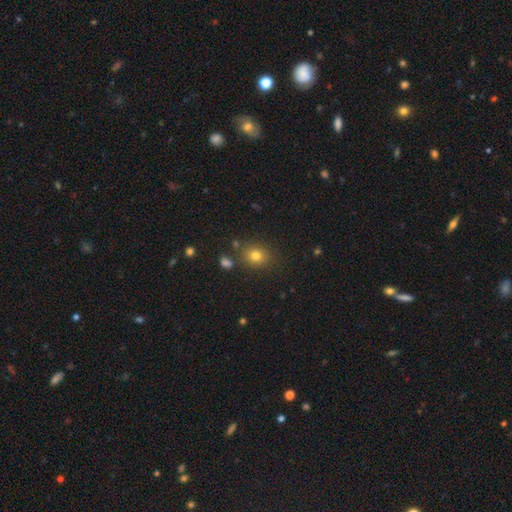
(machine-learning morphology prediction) A smooth galaxy with no disk features (78%) that is round (67%). Merging: none (80%).